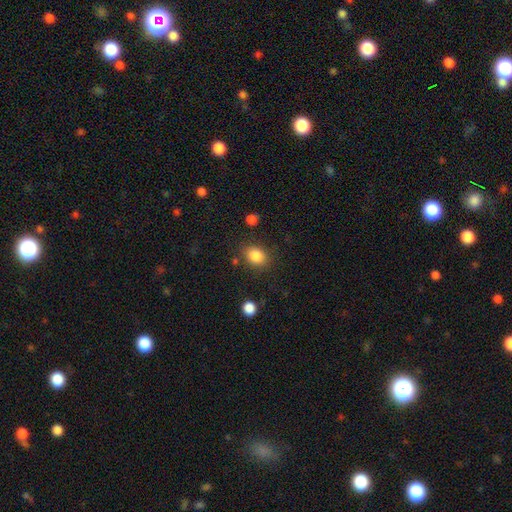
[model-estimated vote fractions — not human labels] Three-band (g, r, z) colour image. It shows a smooth galaxy with no disk features (85%) that is in between round and cigar-shaped (55%). Merging: none (80%).